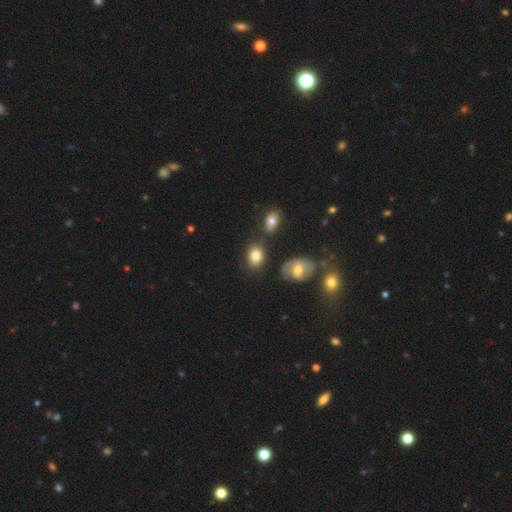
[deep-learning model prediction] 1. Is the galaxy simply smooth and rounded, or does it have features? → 80% smooth, 11% featured or disk, 9% star or artifact.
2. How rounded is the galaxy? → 70% in between, 29% round, 1% cigar-shaped.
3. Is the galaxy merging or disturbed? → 70% none, 15% minor disturbance, 10% merger, 5% major disturbance.